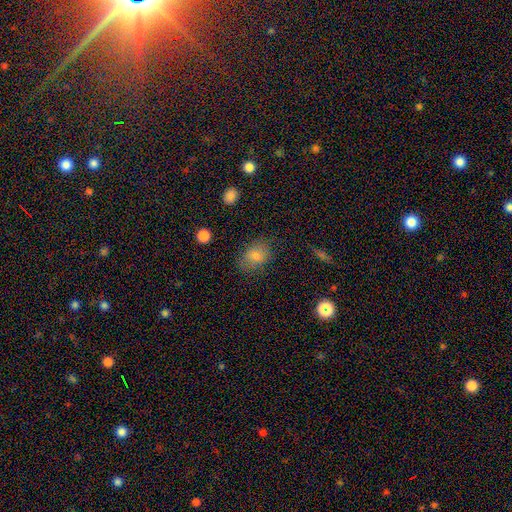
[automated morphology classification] Smooth or featured: smooth — 79% (star or artifact — 12%)
How rounded: in between — 67% (round — 32%)
Merging: none — 77% (minor disturbance — 17%)